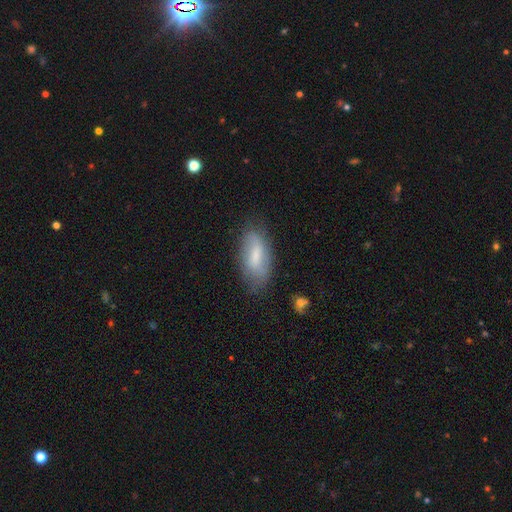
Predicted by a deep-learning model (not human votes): This appears to be a smooth galaxy with no disk features (52%) that is in between round and cigar-shaped (83%). Merging: none (70%).